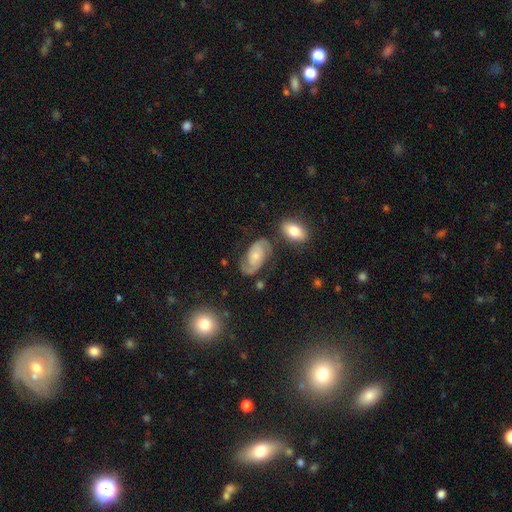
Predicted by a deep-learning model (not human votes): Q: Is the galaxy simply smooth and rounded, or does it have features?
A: featured or disk — 77%.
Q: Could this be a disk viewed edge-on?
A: no — 97%.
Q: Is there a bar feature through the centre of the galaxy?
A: no — 69%.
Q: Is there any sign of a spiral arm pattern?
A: yes — 94%.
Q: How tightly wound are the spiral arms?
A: medium — 45%.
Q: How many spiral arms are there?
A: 2 — 84%.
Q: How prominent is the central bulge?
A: small — 51%.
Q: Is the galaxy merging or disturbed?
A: none — 64%.